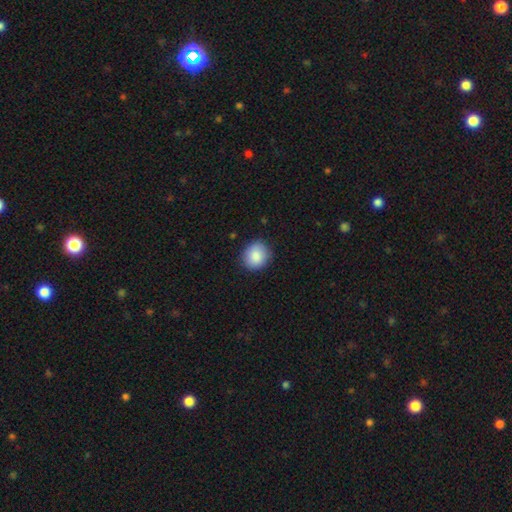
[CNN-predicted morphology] Q: Smooth or featured?
A: smooth (88%); runner-up: star or artifact (7%)
Q: How rounded?
A: round (80%); runner-up: in between (19%)
Q: Merging?
A: none (84%); runner-up: minor disturbance (12%)